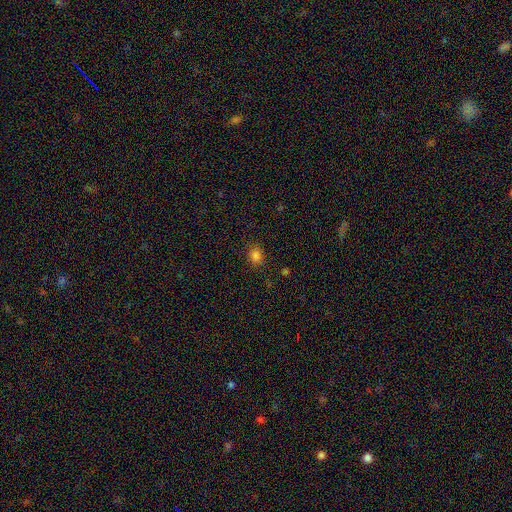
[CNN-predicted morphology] A smooth galaxy with no disk features (80%) that is round (59%). Merging: none (82%).